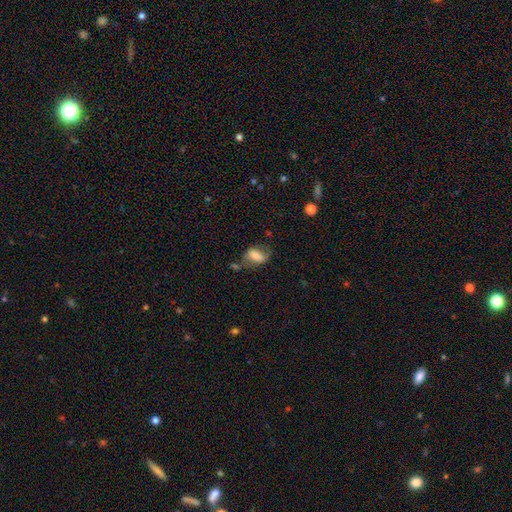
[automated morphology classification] Q: Smooth or featured?
A: smooth (62%); runner-up: featured or disk (29%)
Q: How rounded?
A: in between (84%); runner-up: round (12%)
Q: Merging?
A: none (41%); runner-up: minor disturbance (28%)